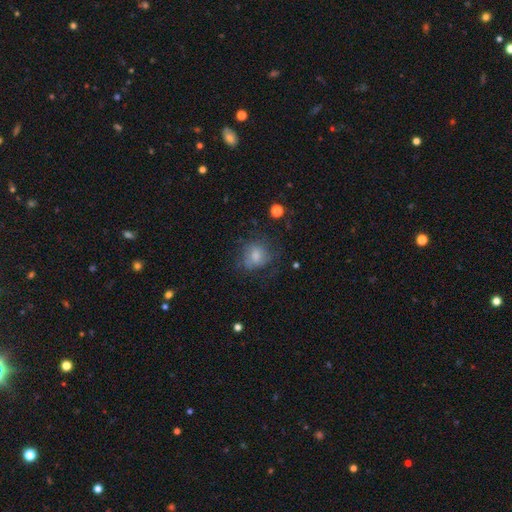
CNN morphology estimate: Q: Smooth or featured?
A: smooth (64%); runner-up: featured or disk (25%)
Q: How rounded?
A: round (68%); runner-up: in between (31%)
Q: Merging?
A: none (54%); runner-up: minor disturbance (24%)